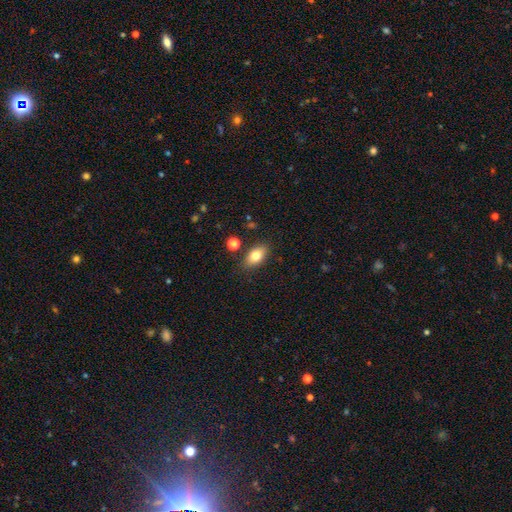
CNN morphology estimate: The model was most divided on "smooth or featured": smooth: 79%, featured or disk: 12%, star or artifact: 8%. More confident: how rounded — in between (88%); merging — none (83%).